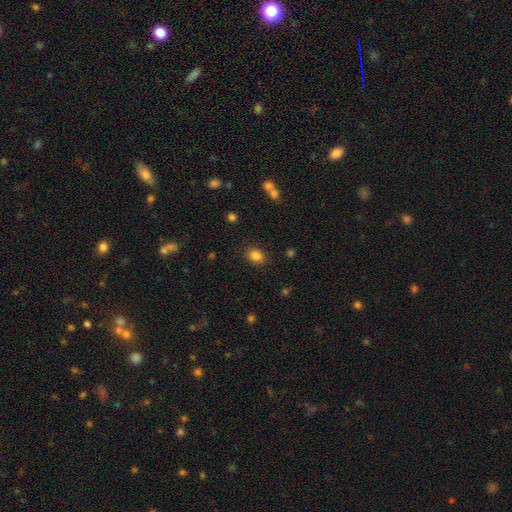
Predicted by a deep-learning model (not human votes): A smooth galaxy with no disk features (84%) that is in between round and cigar-shaped (62%).

Vote fractions:
- Smooth or featured? smooth: 84% / star or artifact: 11% / featured or disk: 5%
- How rounded? in between: 62% / round: 37% / cigar-shaped: 1%
- Merging? none: 86% / minor disturbance: 9% / major disturbance: 3% / merger: 2%